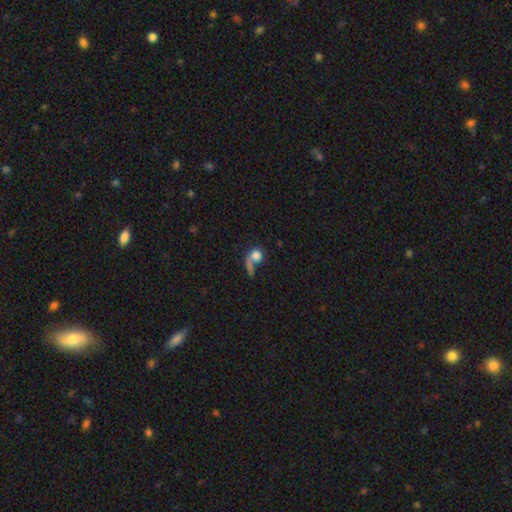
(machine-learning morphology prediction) A smooth galaxy with no disk features (68%) that is round (72%). Merging: none (32%).